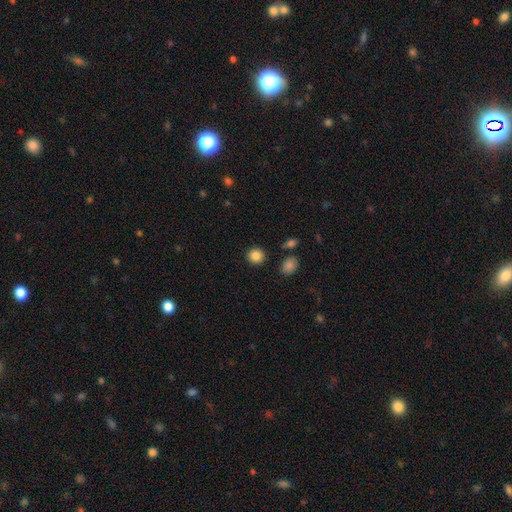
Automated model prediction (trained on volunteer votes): Q: Smooth or featured?
A: smooth (86%); runner-up: star or artifact (9%)
Q: How rounded?
A: round (90%); runner-up: in between (9%)
Q: Merging?
A: none (89%); runner-up: minor disturbance (6%)